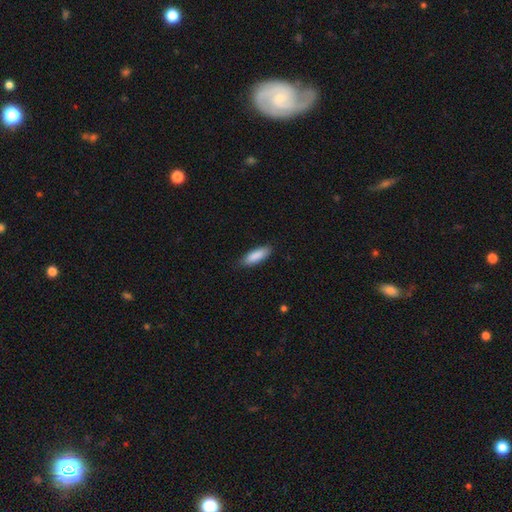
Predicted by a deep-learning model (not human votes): A smooth galaxy with no disk features (88%) that is in between round and cigar-shaped (57%).

Vote fractions:
- Smooth or featured? smooth: 88% / featured or disk: 6% / star or artifact: 6%
- How rounded? in between: 57% / cigar-shaped: 41% / round: 1%
- Merging? none: 84% / minor disturbance: 13% / major disturbance: 2% / merger: 1%